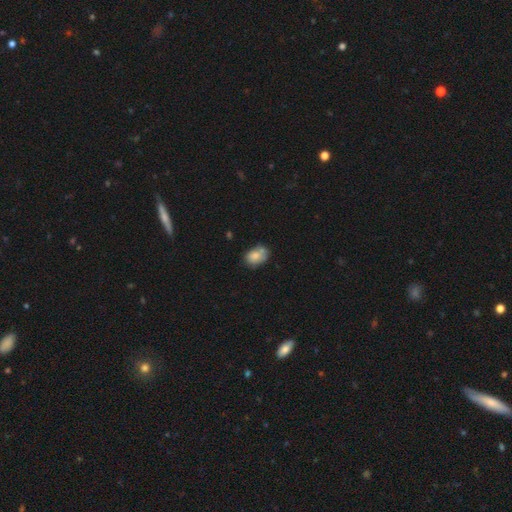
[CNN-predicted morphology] Q: Smooth or featured?
A: smooth (75%); runner-up: featured or disk (16%)
Q: How rounded?
A: in between (71%); runner-up: round (28%)
Q: Merging?
A: none (49%); runner-up: minor disturbance (23%)